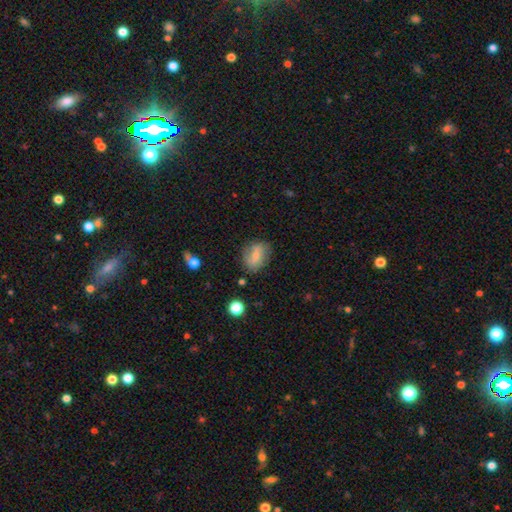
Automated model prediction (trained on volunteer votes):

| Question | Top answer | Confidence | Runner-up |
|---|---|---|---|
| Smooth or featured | smooth | 57% | featured or disk (34%) |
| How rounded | in between | 62% | round (36%) |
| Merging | none | 74% | minor disturbance (18%) |